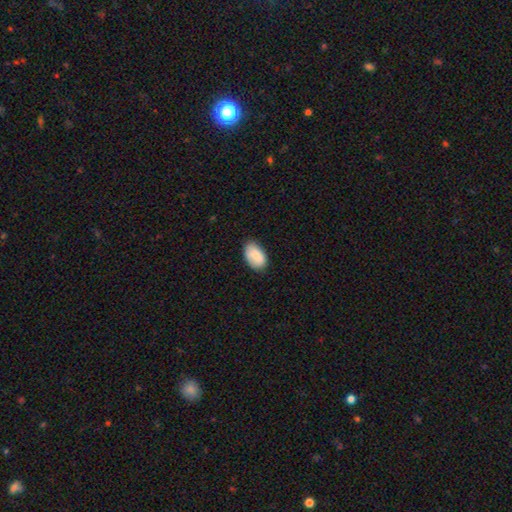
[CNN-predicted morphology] A smooth galaxy with no disk features (83%) that is in between round and cigar-shaped (92%). Merging: none (75%).